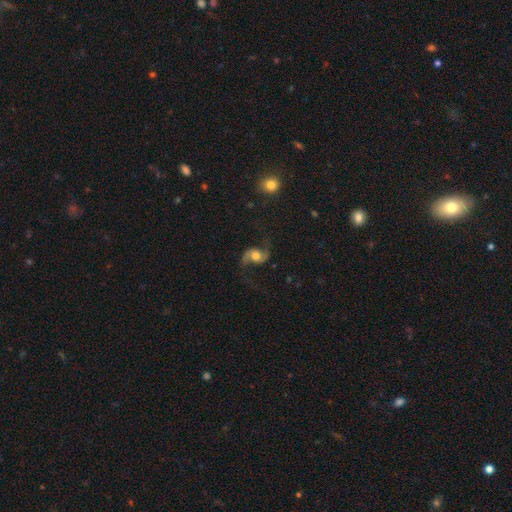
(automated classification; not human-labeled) A featured or disk galaxy (82%) with no bar (63%), 2 (94%) loose (76%) spiral arms (96%) and a moderate central bulge (59%).

Vote fractions:
- Smooth or featured? featured or disk: 82% / smooth: 11% / star or artifact: 7%
- Edge-on disk? no: 97% / yes: 3%
- Bar? no: 63% / weak: 28% / strong: 9%
- Spiral arms? yes: 96% / no: 4%
- Spiral winding? loose: 76% / medium: 20% / tight: 4%
- Spiral arm count? 2: 94% / 1: 2% / can't tell: 2% / 3: 1% / 4: 1% / more than 4: 1%
- Bulge size? moderate: 59% / large: 26% / small: 10% / dominant: 3% / none: 2%
- Merging? none: 73% / minor disturbance: 15% / major disturbance: 11% / merger: 2%